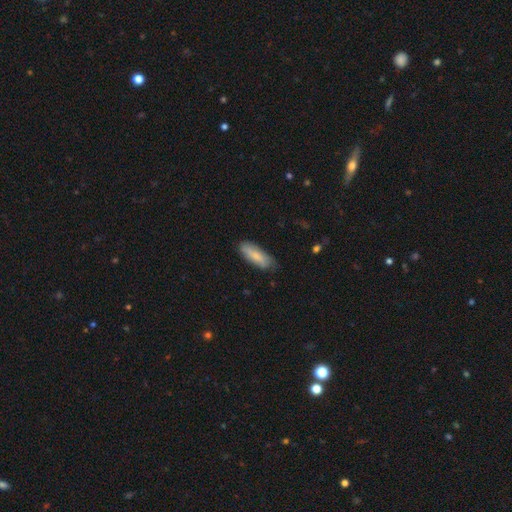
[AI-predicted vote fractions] Smooth or featured?
  - smooth: 74% *
  - featured or disk: 20%
  - star or artifact: 6%
How rounded?
  - in between: 62% *
  - cigar-shaped: 36%
  - round: 2%
Merging?
  - none: 73% *
  - minor disturbance: 22%
  - major disturbance: 4%
  - merger: 1%